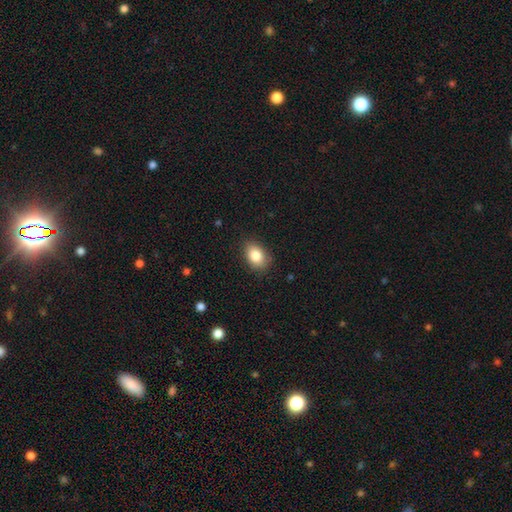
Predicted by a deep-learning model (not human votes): Overall: smooth (84%). How rounded: in between (77%). Merging: none (84%).